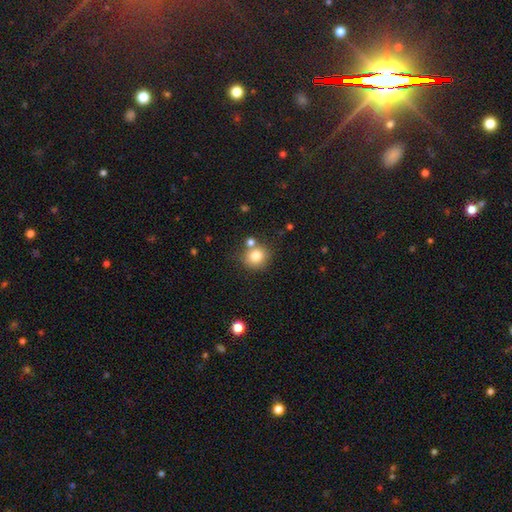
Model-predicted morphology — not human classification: Q: Smooth or featured?
A: smooth (80%); runner-up: star or artifact (11%)
Q: How rounded?
A: round (86%); runner-up: in between (13%)
Q: Merging?
A: none (69%); runner-up: merger (17%)